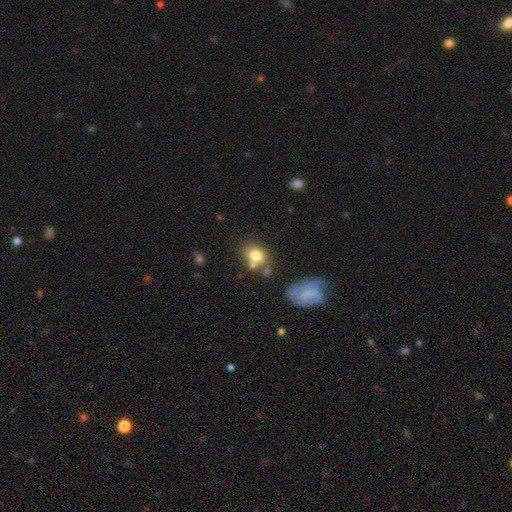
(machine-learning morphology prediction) A smooth galaxy with no disk features (77%) that is in between round and cigar-shaped (51%).

Vote fractions:
- Smooth or featured? smooth: 77% / featured or disk: 13% / star or artifact: 10%
- How rounded? in between: 51% / round: 47% / cigar-shaped: 1%
- Merging? none: 53% / merger: 25% / minor disturbance: 16% / major disturbance: 6%